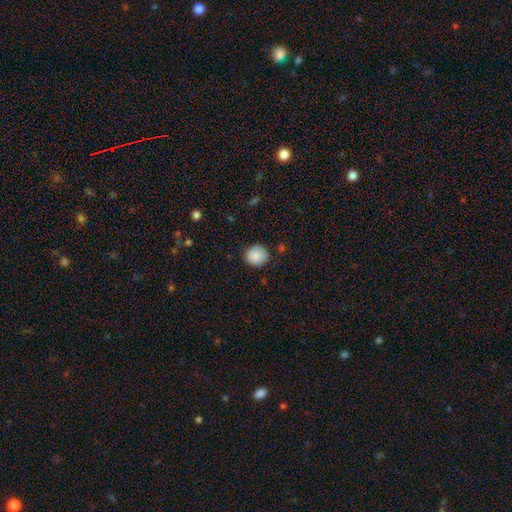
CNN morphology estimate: This appears to be a smooth galaxy with no disk features (87%) that is round (89%). Merging: none (84%).